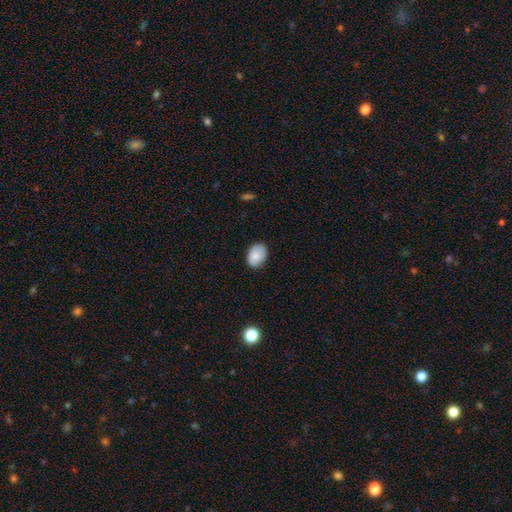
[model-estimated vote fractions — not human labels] Overall: smooth (85%). How rounded: in between (81%). Merging: none (82%).